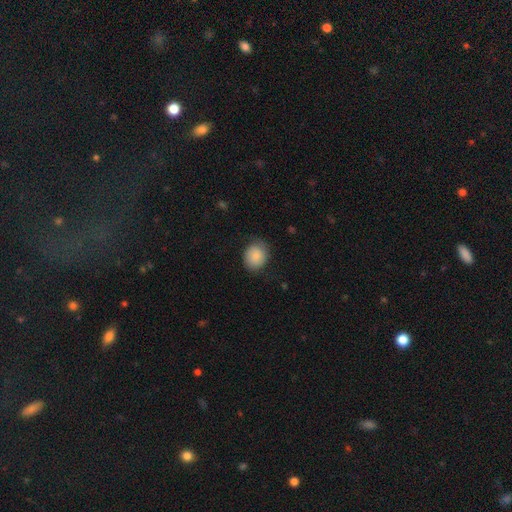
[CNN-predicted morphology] Smooth or featured: smooth — 86% (star or artifact — 7%)
How rounded: round — 66% (in between — 34%)
Merging: none — 75% (minor disturbance — 19%)